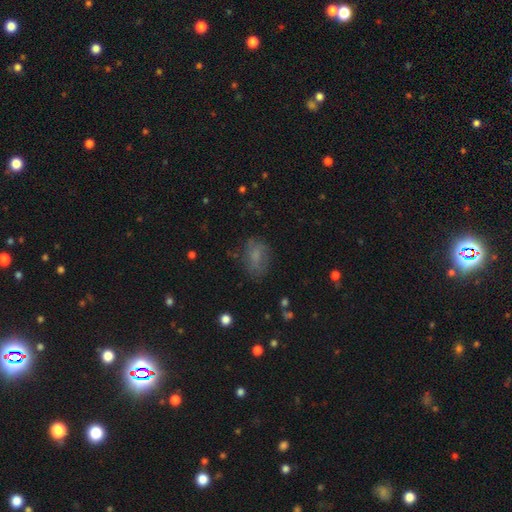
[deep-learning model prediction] Q: Smooth or featured?
A: smooth (61%); runner-up: featured or disk (26%)
Q: How rounded?
A: in between (76%); runner-up: round (22%)
Q: Merging?
A: none (62%); runner-up: minor disturbance (23%)